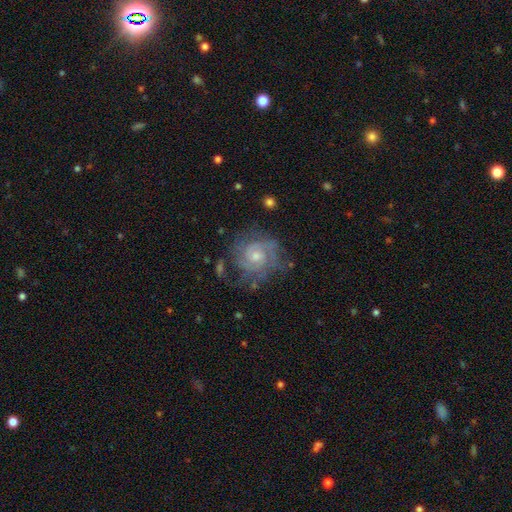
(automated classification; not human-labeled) Q: Smooth or featured?
A: featured or disk (82%); runner-up: smooth (10%)
Q: Edge-on disk?
A: no (98%); runner-up: yes (2%)
Q: Bar?
A: no (68%); runner-up: weak (28%)
Q: Spiral arms?
A: yes (94%); runner-up: no (6%)
Q: Spiral winding?
A: tight (60%); runner-up: medium (33%)
Q: Spiral arm count?
A: 2 (34%); runner-up: can't tell (28%)
Q: Bulge size?
A: small (47%); tied with: moderate (47%)
Q: Merging?
A: none (70%); runner-up: minor disturbance (18%)